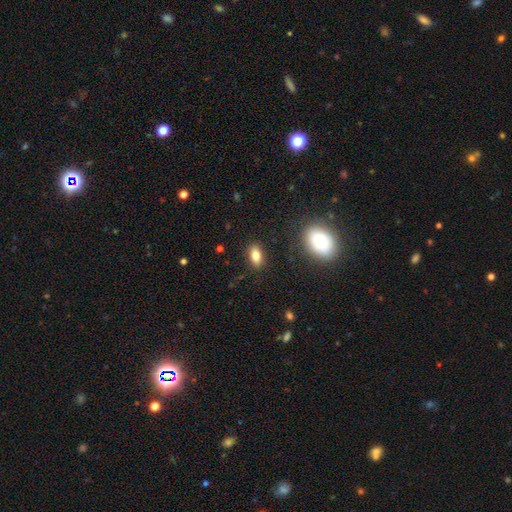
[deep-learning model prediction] Smooth or featured? smooth (81%)
How rounded? in between (88%)
Merging? none (88%)